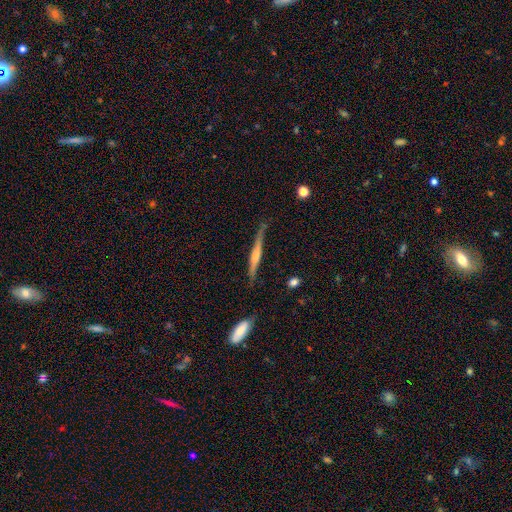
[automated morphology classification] This is likely a featured or disk galaxy (65%). It is clearly viewed edge-on (97%). Edge-on bulge: likely rounded (70%). Merging: likely none (79%).